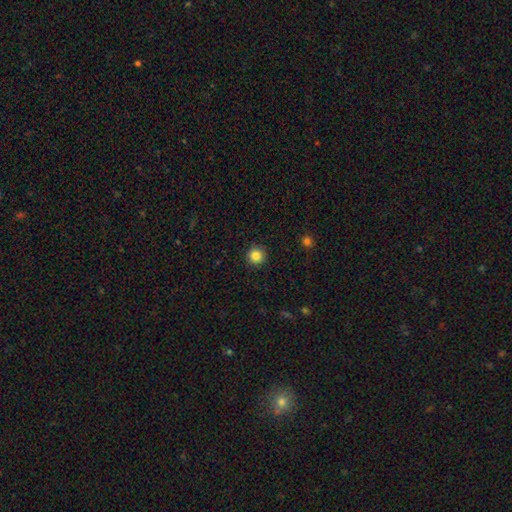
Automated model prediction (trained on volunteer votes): Q: Smooth or featured?
A: smooth (84%); runner-up: star or artifact (11%)
Q: How rounded?
A: round (95%); runner-up: in between (4%)
Q: Merging?
A: none (92%); runner-up: minor disturbance (5%)